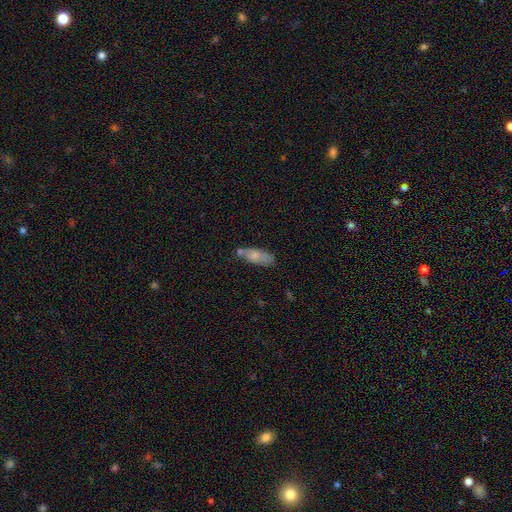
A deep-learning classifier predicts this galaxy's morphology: smooth-or-featured: smooth: 72% | featured or disk: 20% | star or artifact: 8%
  how-rounded: in between: 71% | cigar-shaped: 26% | round: 3%
  merging: none: 47% | minor disturbance: 24% | merger: 20% | major disturbance: 8%